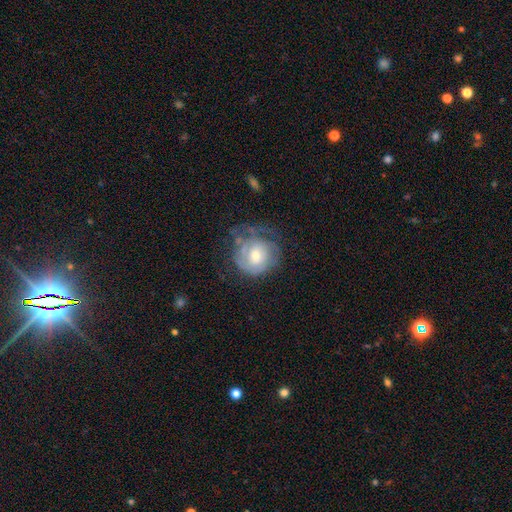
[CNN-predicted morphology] smooth-or-featured: featured or disk: 67% | smooth: 26% | star or artifact: 7%
  disk-edge-on: no: 97% | yes: 3%
    bar: no: 72% | weak: 24% | strong: 4%
    has-spiral-arms: yes: 79% | no: 21%
      spiral-winding: tight: 65% | medium: 24% | loose: 10%
      spiral-arm-count: can't tell: 48% | 2: 23% | 1: 13% | 3: 9% | 4: 4% | more than 4: 3%
    bulge-size: moderate: 61% | small: 29% | large: 7% | none: 2% | dominant: 1%
  merging: none: 51% | minor disturbance: 24% | major disturbance: 22% | merger: 2%